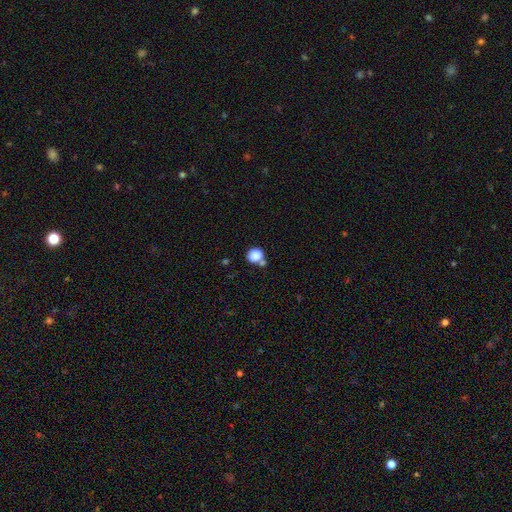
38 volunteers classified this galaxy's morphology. Smooth or featured?
  - smooth: 92% *
  - star or artifact: 5%
  - featured or disk: 3%
How rounded?
  - round: 89% *
  - in between: 11%
  - cigar-shaped: 0%
Merging?
  - merger: 47% *
  - none: 42%
  - minor disturbance: 6%
  - major disturbance: 6%